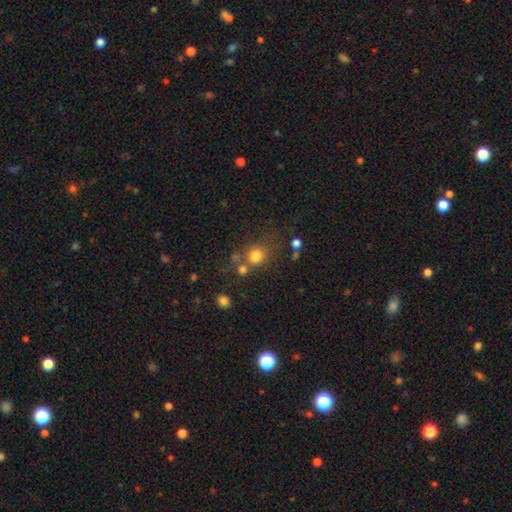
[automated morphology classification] smooth 75%, star or artifact 15%, featured or disk 9%. Down the decision tree: how rounded — round (68%); merging — none (53%).